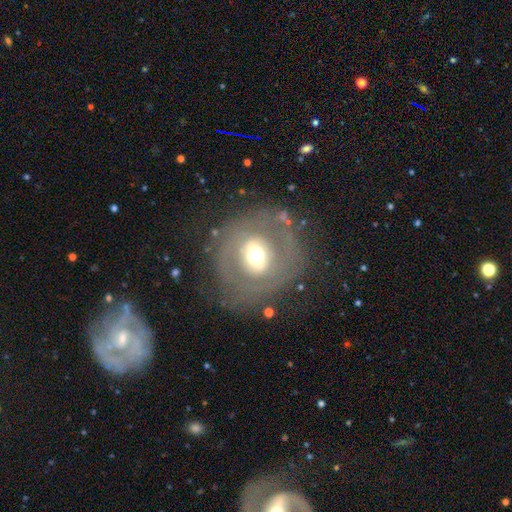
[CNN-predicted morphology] smooth-or-featured: featured or disk: 51% | smooth: 38% | star or artifact: 11%
  disk-edge-on: no: 91% | yes: 9%
  merging: none: 74% | minor disturbance: 13% | major disturbance: 11% | merger: 2%